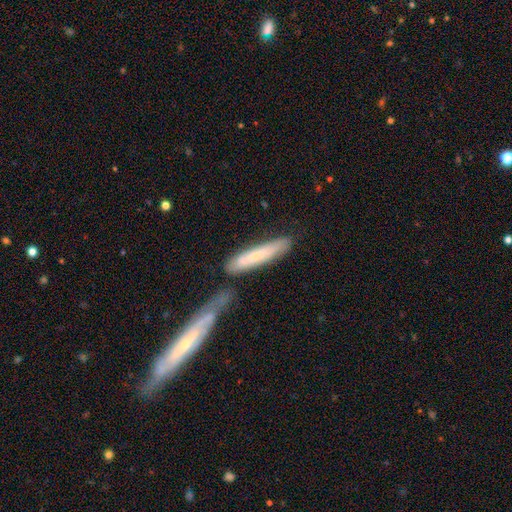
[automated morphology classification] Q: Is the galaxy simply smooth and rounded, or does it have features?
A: smooth — 61%.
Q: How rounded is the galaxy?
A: cigar-shaped — 85%.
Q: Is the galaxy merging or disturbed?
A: none — 52%.